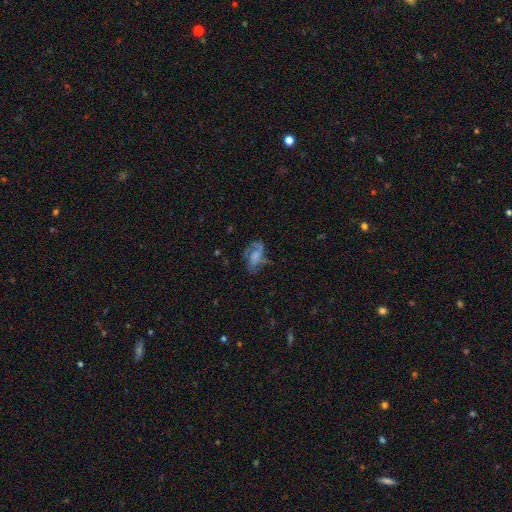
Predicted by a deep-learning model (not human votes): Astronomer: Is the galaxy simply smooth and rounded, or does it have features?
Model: featured or disk — 59%.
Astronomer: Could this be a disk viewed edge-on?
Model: no — 96%.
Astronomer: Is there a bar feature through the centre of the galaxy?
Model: no — 66%.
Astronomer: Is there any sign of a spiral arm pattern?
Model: yes — 74%.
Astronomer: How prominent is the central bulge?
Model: none — 41% (runner-up: small, 24%).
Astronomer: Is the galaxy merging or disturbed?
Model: none — 39% (runner-up: major disturbance, 34%).